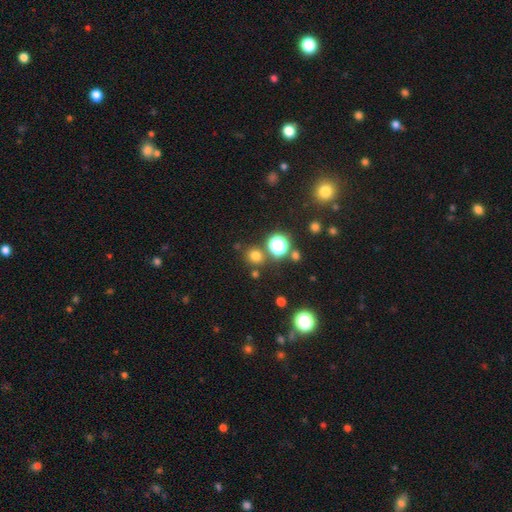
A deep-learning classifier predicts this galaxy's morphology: type=smooth (71%); roundness=round (88%); merging=none (81%).